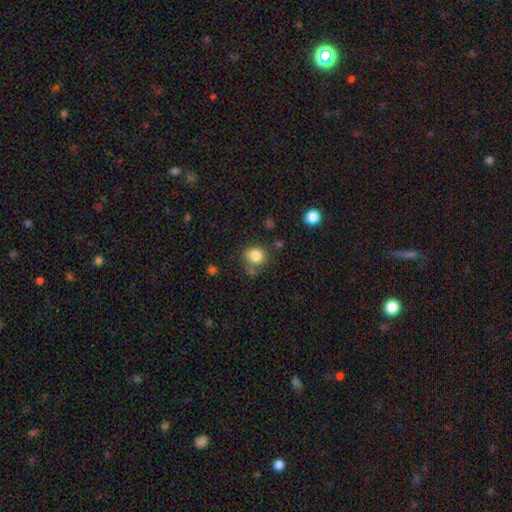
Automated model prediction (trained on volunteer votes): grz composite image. It shows a smooth galaxy with no disk features (82%) that is round (85%). Merging: none (66%).